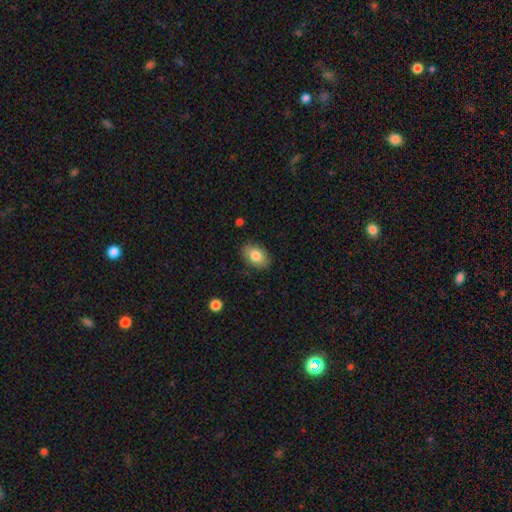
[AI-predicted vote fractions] Q: Smooth or featured?
A: smooth (81%); runner-up: featured or disk (11%)
Q: How rounded?
A: in between (85%); runner-up: round (14%)
Q: Merging?
A: none (86%); runner-up: minor disturbance (11%)